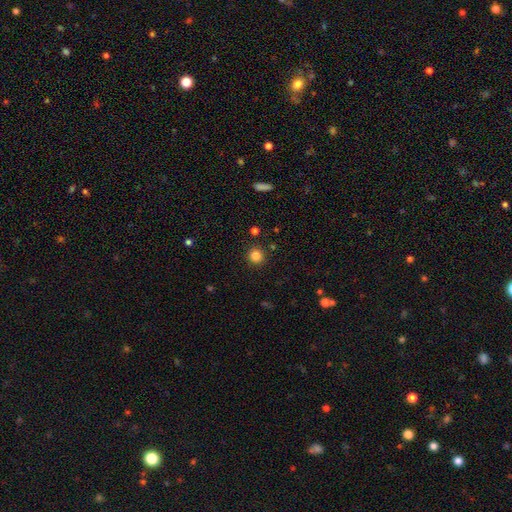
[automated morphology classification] A smooth galaxy with no disk features (83%) that is round (93%).

Vote fractions:
- Smooth or featured? smooth: 83% / star or artifact: 12% / featured or disk: 4%
- How rounded? round: 93% / in between: 6% / cigar-shaped: 1%
- Merging? none: 90% / minor disturbance: 6% / major disturbance: 2% / merger: 2%